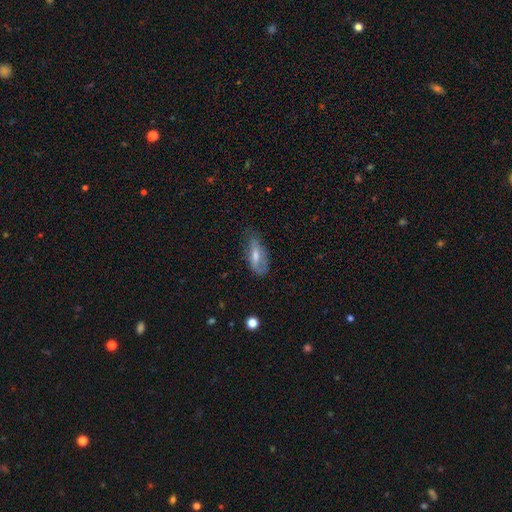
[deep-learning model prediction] Smooth or featured? Predicted: smooth (p=0.54). How rounded? Predicted: in between (p=0.74). Merging? Predicted: none (p=0.51).